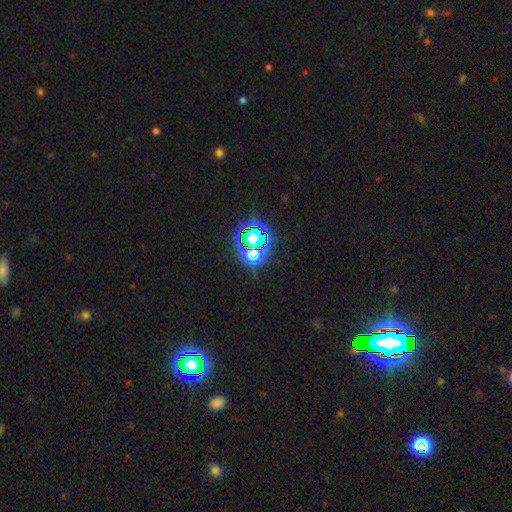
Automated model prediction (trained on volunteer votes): smooth-or-featured: star or artifact: 76% | smooth: 16% | featured or disk: 8%